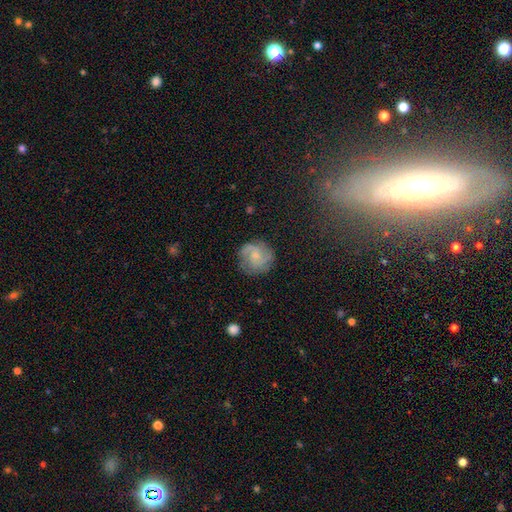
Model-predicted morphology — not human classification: This is likely a featured or disk galaxy (72%). It is clearly not viewed edge-on (98%). Bar: likely no (67%). Spiral arm pattern: clearly yes (94%). Spiral arm count: marginally 2 (32%). Spiral winding: marginally medium (44%). Central bulge: likely small (67%). Merging: likely none (79%).